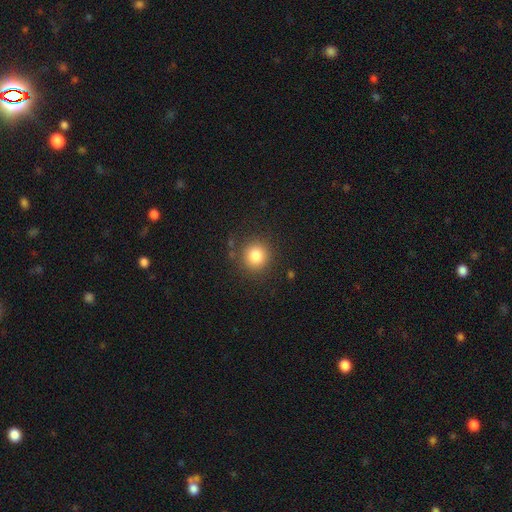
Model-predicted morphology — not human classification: This appears to be a smooth galaxy with no disk features (82%) that is round (91%). Merging: none (86%).